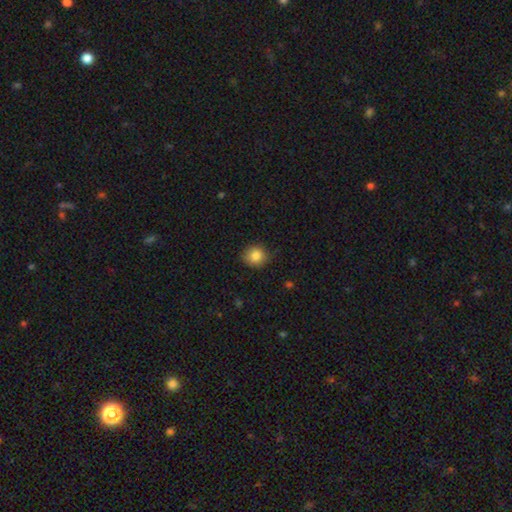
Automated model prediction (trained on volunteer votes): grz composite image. It shows a smooth galaxy with no disk features (84%) that is round (81%). Merging: none (84%).